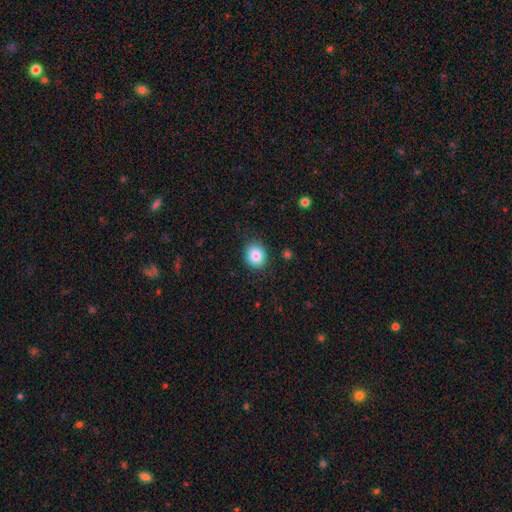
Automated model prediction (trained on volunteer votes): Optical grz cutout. It shows a smooth galaxy with no disk features (85%) that is round (73%). Merging: none (87%).